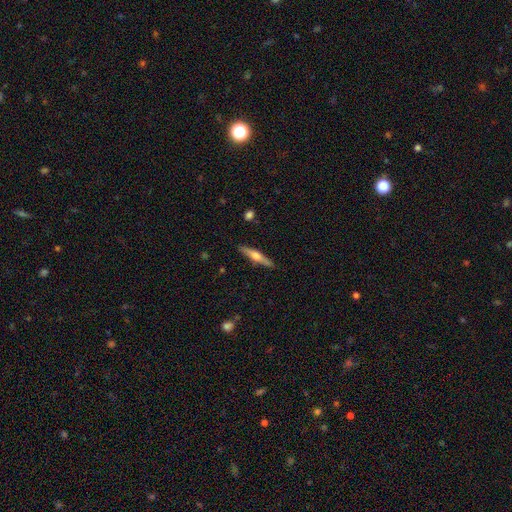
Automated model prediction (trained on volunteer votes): Smooth or featured: featured or disk — 56% (smooth — 38%)
Edge-on disk: yes — 97% (no — 3%)
Edge-on bulge: rounded — 86% (boxy — 8%)
Merging: none — 89% (minor disturbance — 8%)